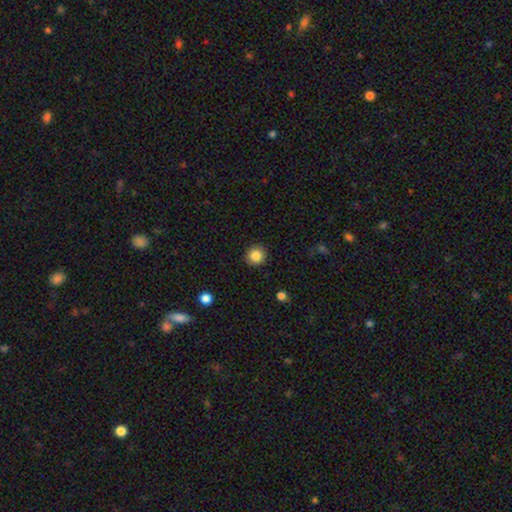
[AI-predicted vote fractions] Smooth or featured?
  - smooth: 85% *
  - star or artifact: 10%
  - featured or disk: 5%
How rounded?
  - round: 95% *
  - in between: 5%
  - cigar-shaped: 1%
Merging?
  - none: 92% *
  - minor disturbance: 6%
  - major disturbance: 2%
  - merger: 1%